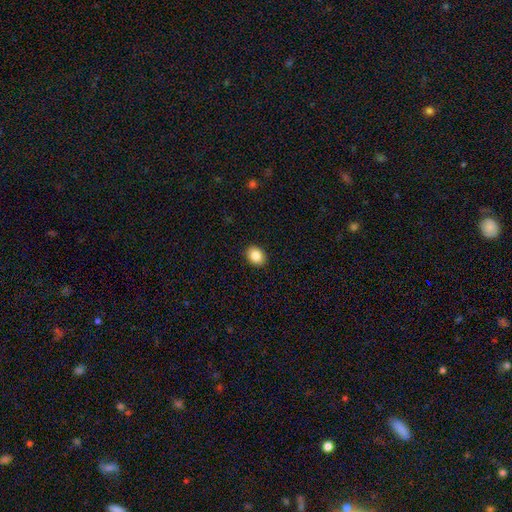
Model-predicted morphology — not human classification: Q: Smooth or featured?
A: smooth (86%); runner-up: star or artifact (9%)
Q: How rounded?
A: in between (56%); runner-up: round (43%)
Q: Merging?
A: none (91%); runner-up: minor disturbance (6%)